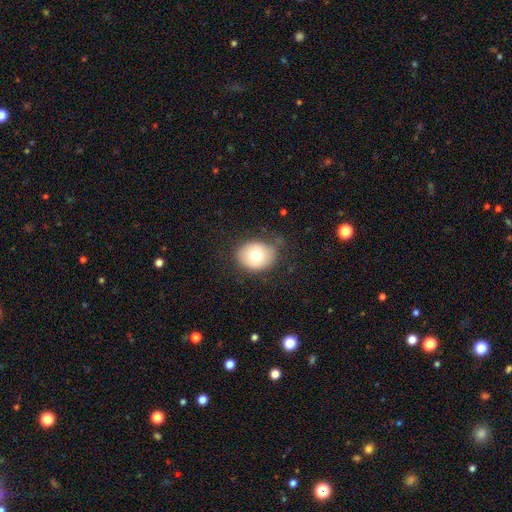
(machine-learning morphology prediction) Smooth or featured? Predicted: smooth (p=0.74). How rounded? Predicted: round (p=0.57). Merging? Predicted: none (p=0.74).